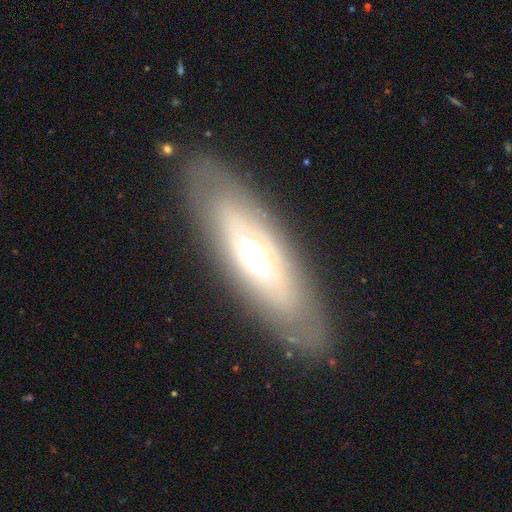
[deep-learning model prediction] This appears to be a featured or disk galaxy (55%). Merging: none (84%).